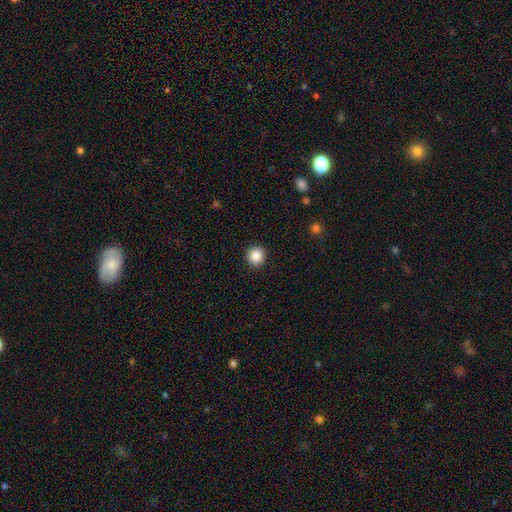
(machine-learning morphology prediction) This appears to be a smooth galaxy with no disk features (87%) that is round (94%). Merging: none (93%).